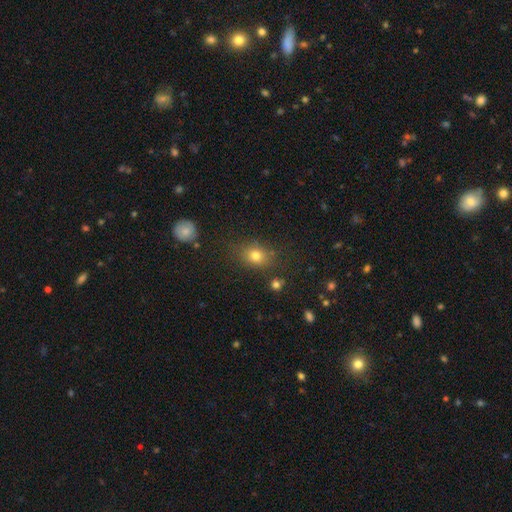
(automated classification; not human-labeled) This appears to be a smooth galaxy with no disk features (76%) that is in between round and cigar-shaped (54%). Merging: none (76%).